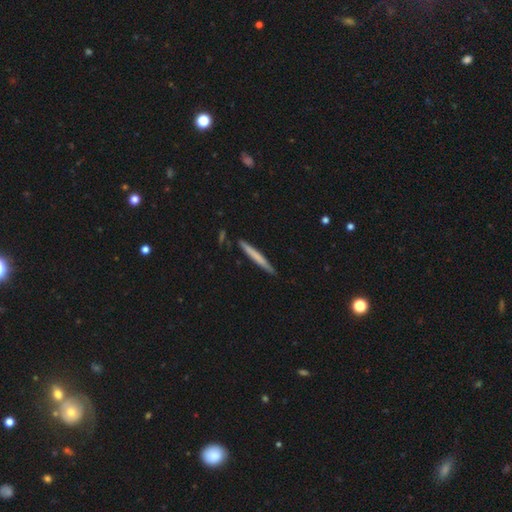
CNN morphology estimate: Smooth or featured? smooth (63%)
How rounded? cigar-shaped (97%)
Merging? none (88%)